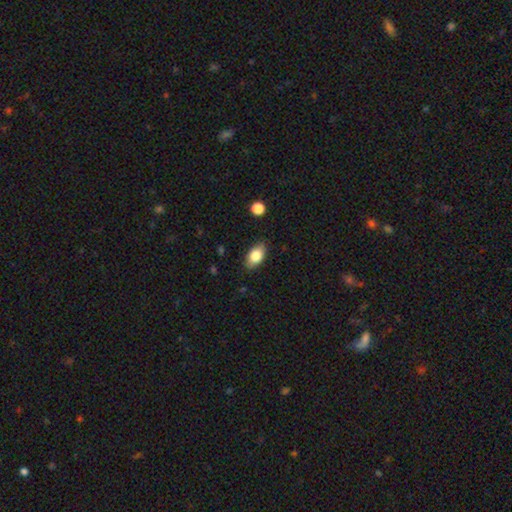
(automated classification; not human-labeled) Q: Smooth or featured?
A: smooth (81%); runner-up: featured or disk (11%)
Q: How rounded?
A: in between (89%); runner-up: round (8%)
Q: Merging?
A: none (84%); runner-up: minor disturbance (12%)